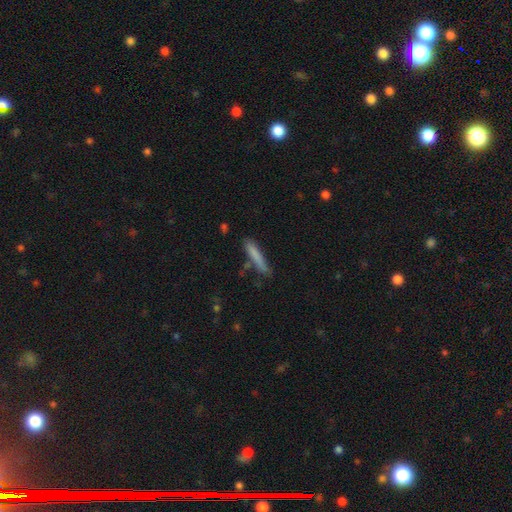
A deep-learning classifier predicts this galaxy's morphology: smooth-or-featured: smooth: 78% | featured or disk: 15% | star or artifact: 7%
  how-rounded: cigar-shaped: 92% | in between: 6% | round: 1%
  merging: none: 75% | minor disturbance: 17% | merger: 4% | major disturbance: 4%